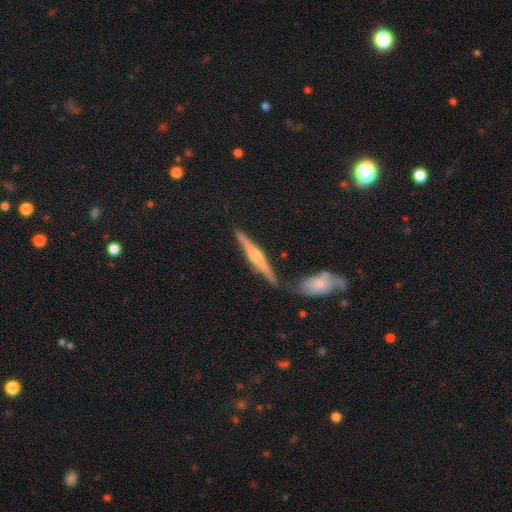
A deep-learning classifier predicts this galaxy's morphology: smooth_or_featured: featured or disk (p=0.76) [alt: smooth p=0.18]
disk_edge_on: yes (p=0.97) [alt: no p=0.03]
edge_on_bulge: rounded (p=0.81) [alt: boxy p=0.11]
merging: none (p=0.79) [alt: minor disturbance p=0.11]